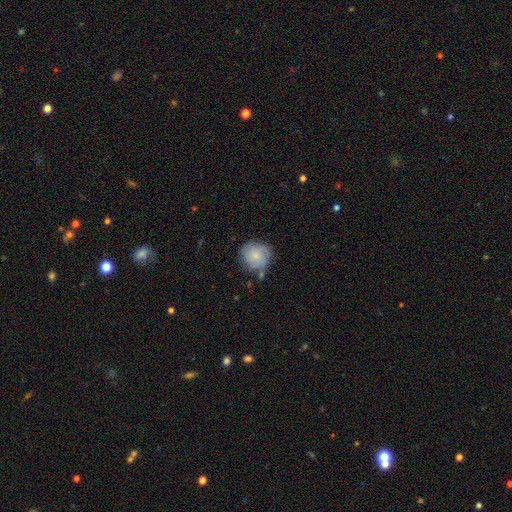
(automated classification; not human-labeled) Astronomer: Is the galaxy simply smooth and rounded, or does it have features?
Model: smooth — 70%.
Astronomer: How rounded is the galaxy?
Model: round — 87%.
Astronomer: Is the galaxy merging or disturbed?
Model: none — 60%.